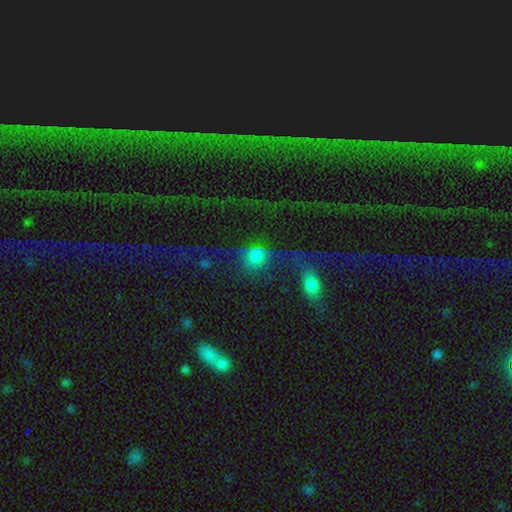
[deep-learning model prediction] Q: Smooth or featured?
A: smooth (45%); runner-up: star or artifact (30%)
Q: Merging?
A: none (42%); runner-up: merger (25%)